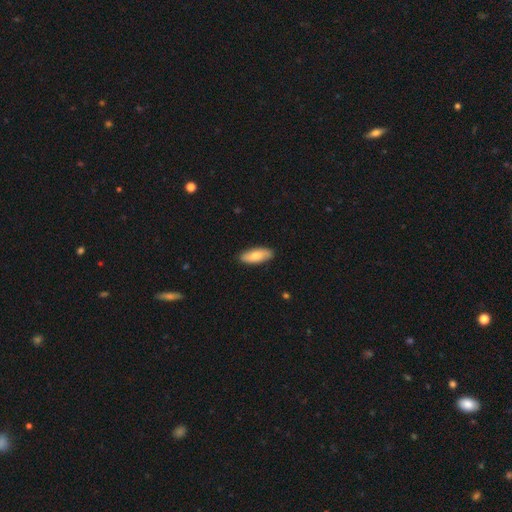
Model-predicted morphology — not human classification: This appears to be a smooth galaxy with no disk features (79%) that is in between round and cigar-shaped (77%). Merging: none (88%).